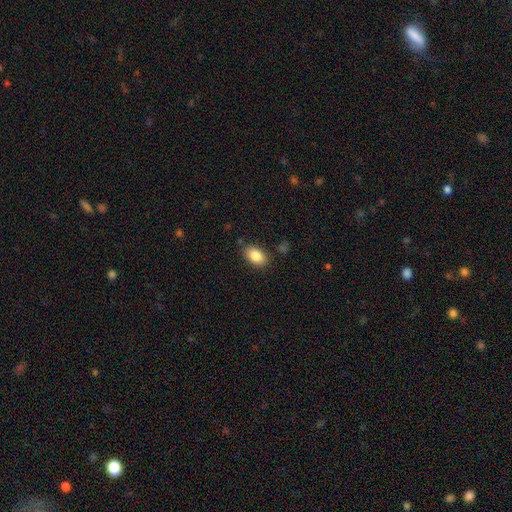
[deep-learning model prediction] Morphology: type=smooth (86%); roundness=in between (89%); merging=none (83%).